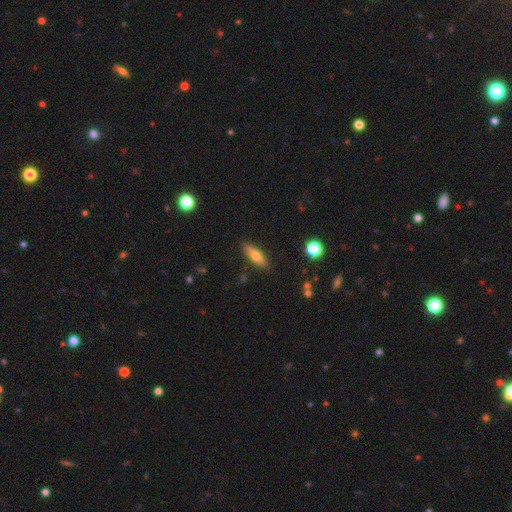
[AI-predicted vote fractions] Smooth or featured? Predicted: smooth (p=0.64). How rounded? Predicted: cigar-shaped (p=0.49). Merging? Predicted: none (p=0.87).